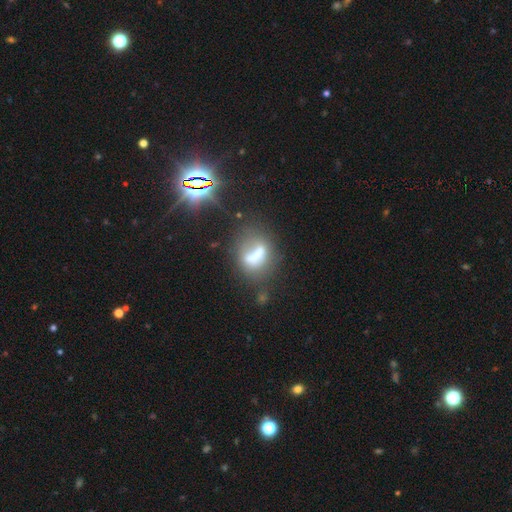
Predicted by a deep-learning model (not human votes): A smooth galaxy with no disk features (49%).

Vote fractions:
- Smooth or featured? smooth: 49% / featured or disk: 37% / star or artifact: 14%
- Merging? none: 44% / major disturbance: 21% / minor disturbance: 20% / merger: 15%